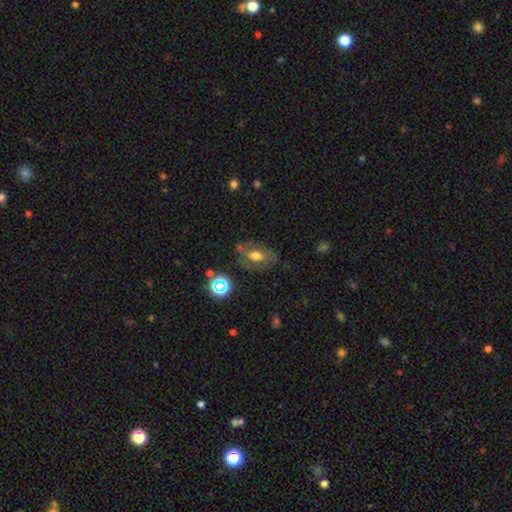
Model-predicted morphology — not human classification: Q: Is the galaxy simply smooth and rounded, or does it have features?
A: smooth — 46%.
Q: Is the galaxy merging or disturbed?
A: none — 62%.